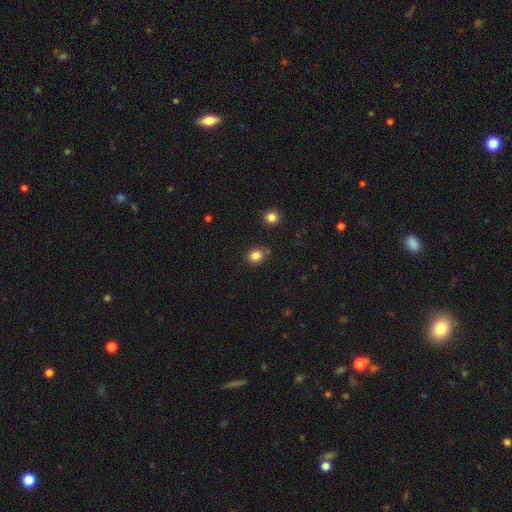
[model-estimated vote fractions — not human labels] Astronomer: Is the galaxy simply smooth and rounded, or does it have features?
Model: smooth — 84%.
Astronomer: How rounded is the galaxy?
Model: round — 68%.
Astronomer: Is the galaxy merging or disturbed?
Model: none — 81%.